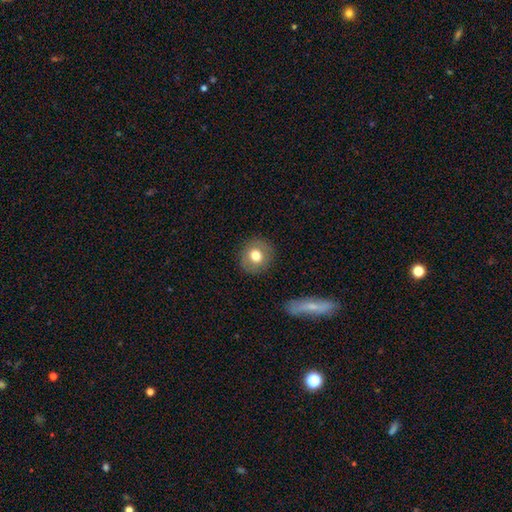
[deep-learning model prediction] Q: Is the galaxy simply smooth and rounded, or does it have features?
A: smooth — 74%.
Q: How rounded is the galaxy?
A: round — 87%.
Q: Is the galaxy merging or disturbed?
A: none — 88%.